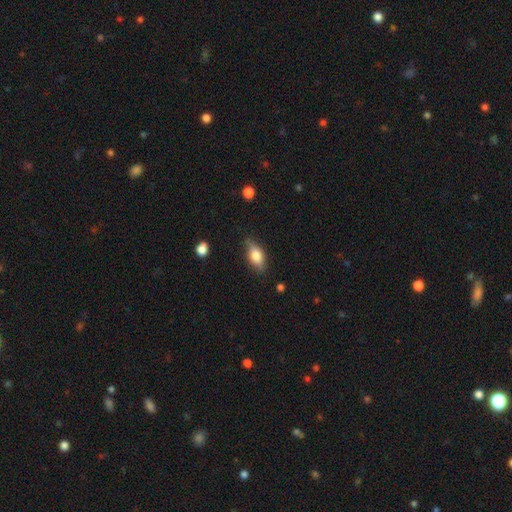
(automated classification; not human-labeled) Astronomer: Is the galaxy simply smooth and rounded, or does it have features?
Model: smooth — 65%.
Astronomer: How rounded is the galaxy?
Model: in between — 80%.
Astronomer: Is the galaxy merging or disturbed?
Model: none — 77%.